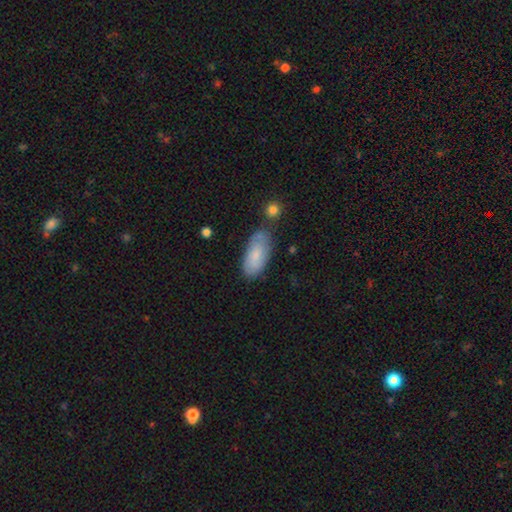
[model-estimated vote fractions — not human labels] Smooth or featured?
  - smooth: 76% *
  - featured or disk: 18%
  - star or artifact: 6%
How rounded?
  - in between: 88% *
  - cigar-shaped: 10%
  - round: 2%
Merging?
  - none: 64% *
  - minor disturbance: 23%
  - merger: 9%
  - major disturbance: 5%